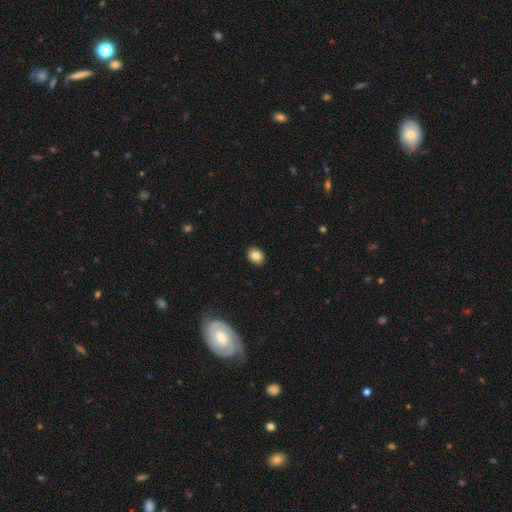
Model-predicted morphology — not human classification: This appears to be a smooth galaxy with no disk features (85%) that is in between round and cigar-shaped (51%). Merging: none (91%).